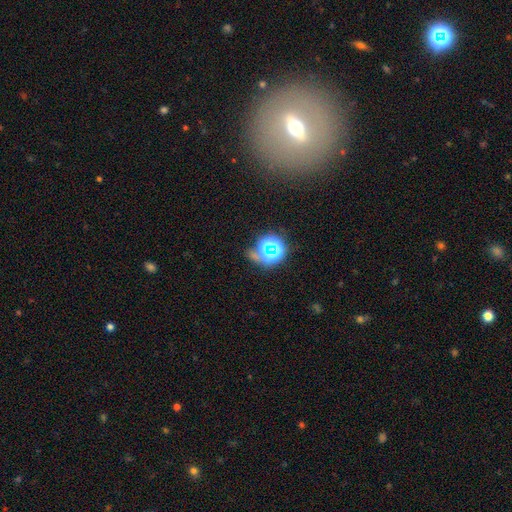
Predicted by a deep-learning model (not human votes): Overall: star or artifact (68%).